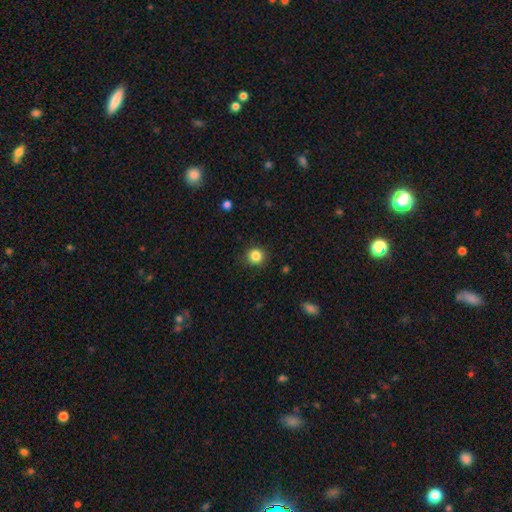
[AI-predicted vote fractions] Morphology: type=smooth (85%); roundness=round (92%); merging=none (90%).